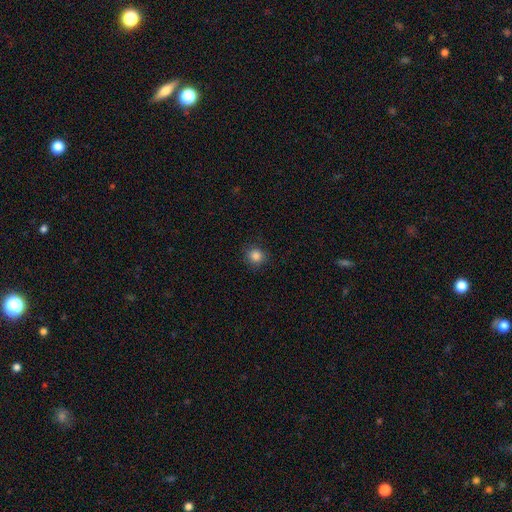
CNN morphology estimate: Smooth or featured?
  - smooth: 84% *
  - star or artifact: 12%
  - featured or disk: 4%
How rounded?
  - round: 89% *
  - in between: 10%
  - cigar-shaped: 1%
Merging?
  - none: 88% *
  - minor disturbance: 8%
  - major disturbance: 2%
  - merger: 1%